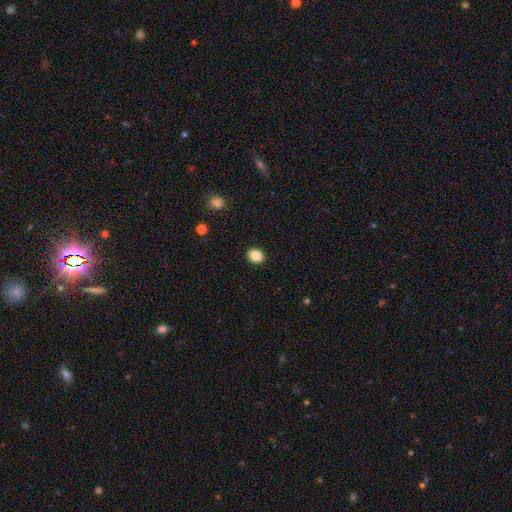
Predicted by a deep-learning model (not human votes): This appears to be a smooth galaxy with no disk features (86%) that is round (53%). Merging: none (91%).